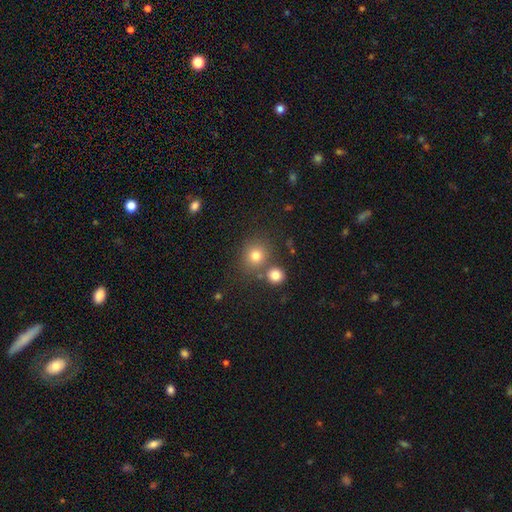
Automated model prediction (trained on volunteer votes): Smooth or featured: smooth — 77% (star or artifact — 15%)
How rounded: round — 87% (in between — 13%)
Merging: none — 70% (merger — 17%)